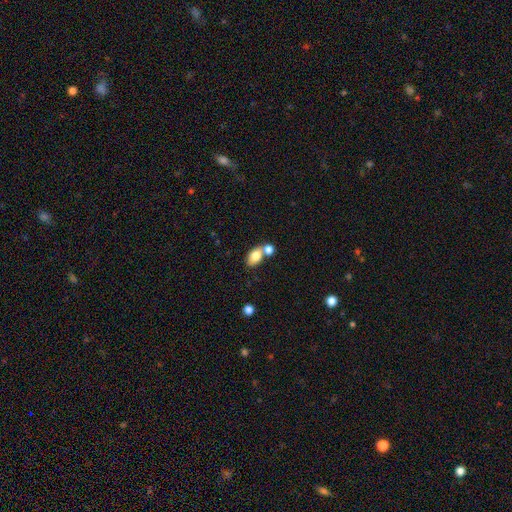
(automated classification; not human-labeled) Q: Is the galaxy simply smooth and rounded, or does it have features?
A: smooth — 79%.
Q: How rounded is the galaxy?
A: in between — 84%.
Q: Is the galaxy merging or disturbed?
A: none — 46%.